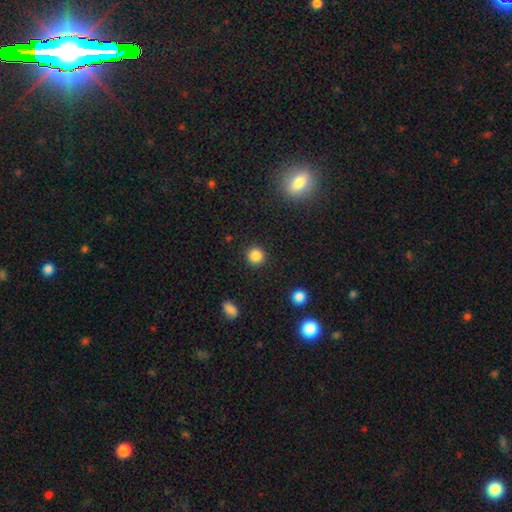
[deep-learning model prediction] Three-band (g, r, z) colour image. It shows a smooth galaxy with no disk features (85%) that is round (93%). Merging: none (91%).